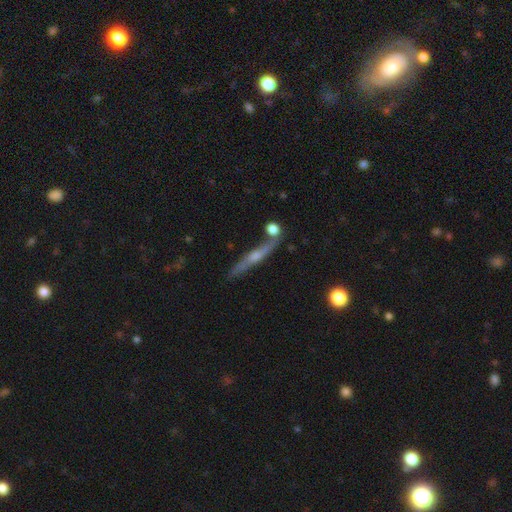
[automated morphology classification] Smooth or featured: featured or disk — 69% (smooth — 23%)
Edge-on disk: yes — 93% (no — 7%)
Edge-on bulge: rounded — 74% (none — 18%)
Merging: none — 73% (minor disturbance — 13%)